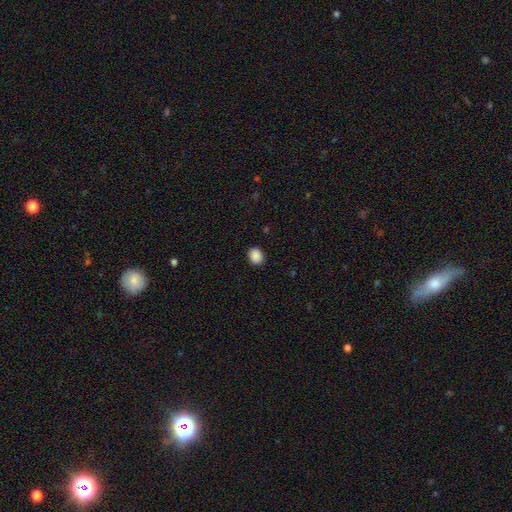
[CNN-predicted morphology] Smooth or featured? Predicted: smooth (p=0.89). How rounded? Predicted: round (p=0.50). Merging? Predicted: none (p=0.90).